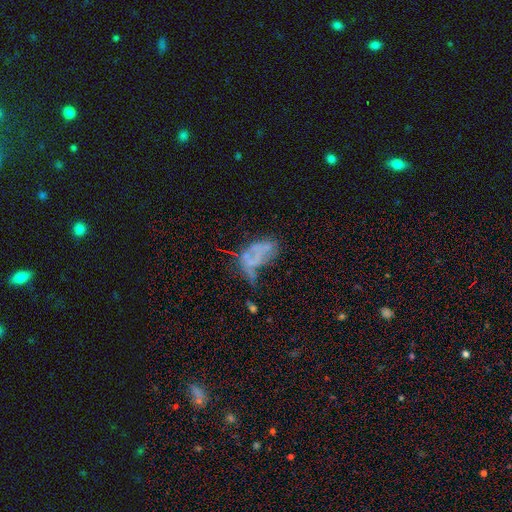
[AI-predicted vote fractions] The model was most divided on "smooth or featured": featured or disk: 48%, smooth: 33%, star or artifact: 19%. Remaining: merging — major disturbance (39%).